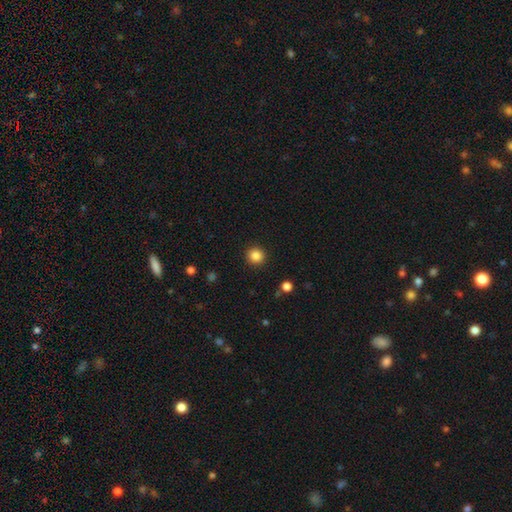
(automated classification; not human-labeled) Smooth or featured: smooth — 85% (star or artifact — 11%)
How rounded: round — 94% (in between — 5%)
Merging: none — 92% (minor disturbance — 5%)